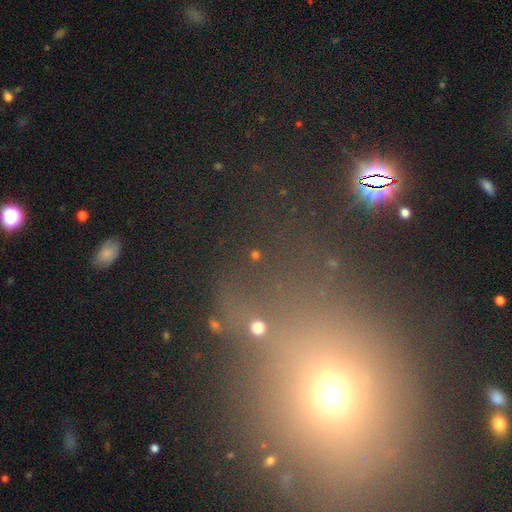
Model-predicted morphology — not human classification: Q: Smooth or featured?
A: star or artifact (54%); runner-up: smooth (33%)